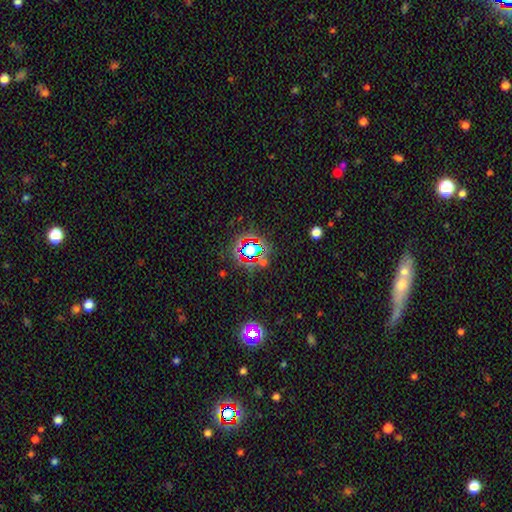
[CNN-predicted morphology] Smooth or featured? Predicted: star or artifact (p=0.75).